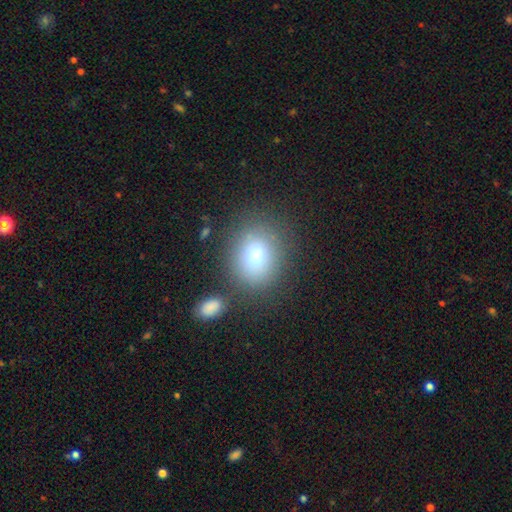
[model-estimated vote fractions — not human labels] Smooth or featured? smooth (75%)
How rounded? round (61%)
Merging? none (75%)